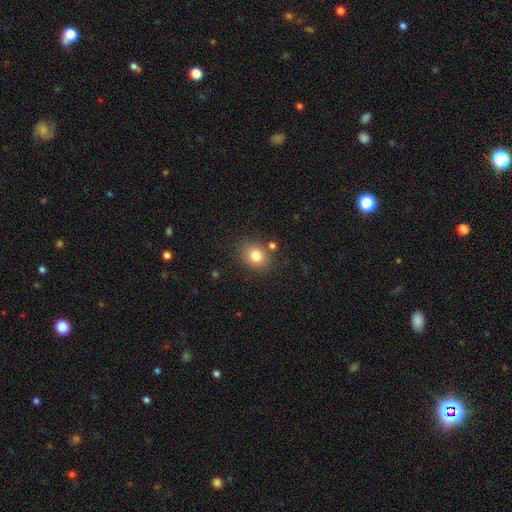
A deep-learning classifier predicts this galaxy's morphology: This appears to be a smooth galaxy with no disk features (81%) that is round (57%). Merging: none (79%).